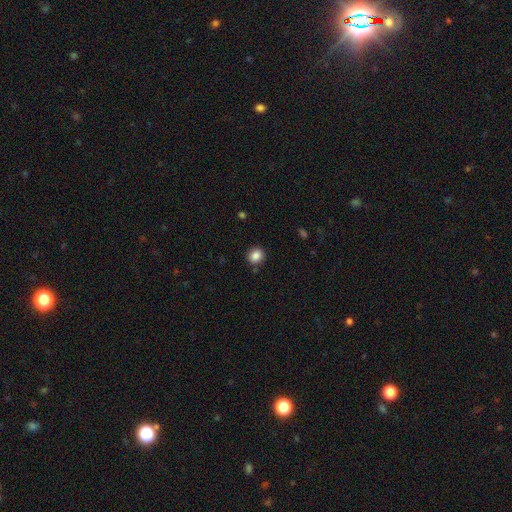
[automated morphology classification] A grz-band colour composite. It shows a smooth galaxy with no disk features (86%) that is round (79%). Merging: none (87%).